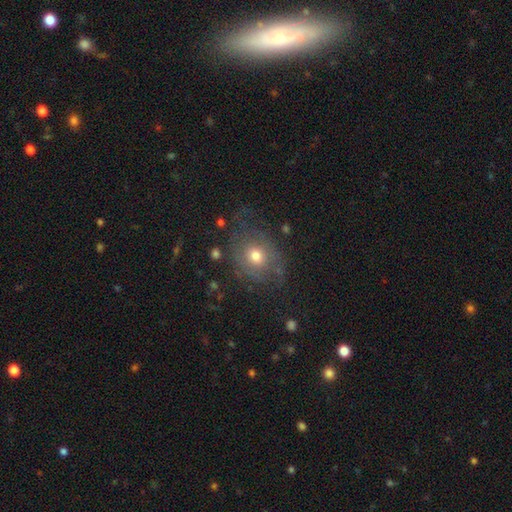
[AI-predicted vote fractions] This appears to be a smooth galaxy with no disk features (49%). Merging: none (59%).